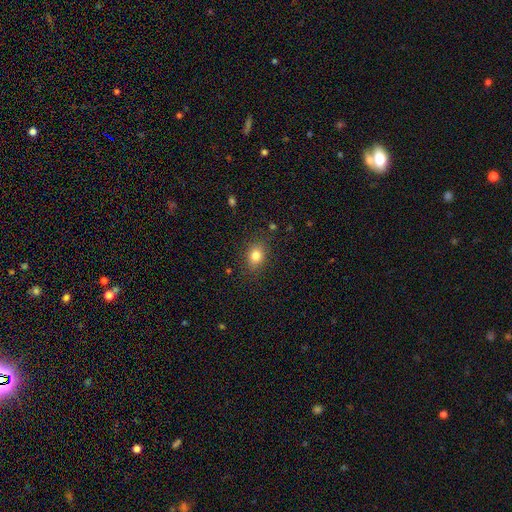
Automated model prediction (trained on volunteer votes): Smooth or featured: smooth — 82% (star or artifact — 11%)
How rounded: in between — 62% (round — 37%)
Merging: none — 85% (minor disturbance — 11%)